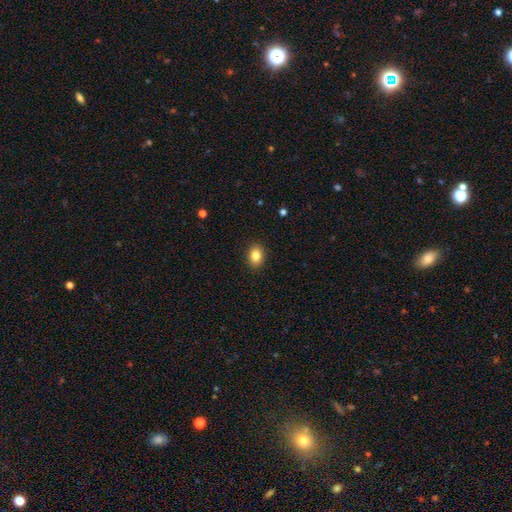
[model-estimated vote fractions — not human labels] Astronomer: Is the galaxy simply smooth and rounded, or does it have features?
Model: smooth — 84%.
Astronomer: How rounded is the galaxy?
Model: in between — 67%.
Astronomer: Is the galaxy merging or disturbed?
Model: none — 90%.